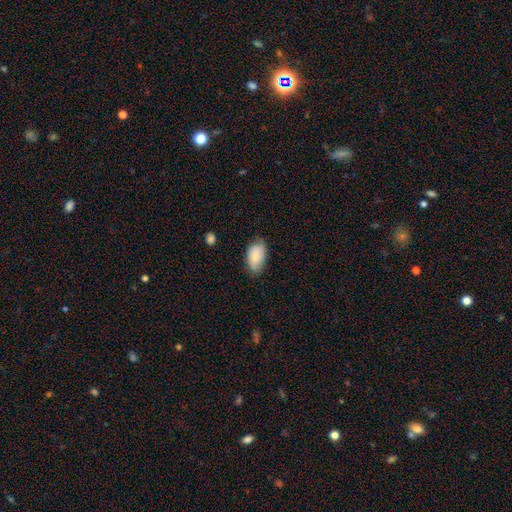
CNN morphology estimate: type=smooth (82%); roundness=in between (94%); merging=none (68%).